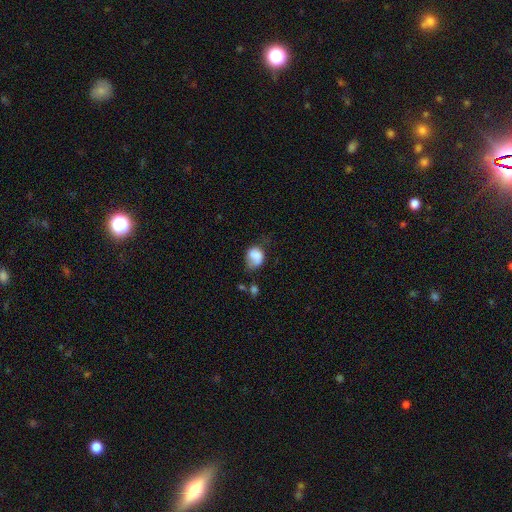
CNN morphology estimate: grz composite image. It shows a smooth galaxy with no disk features (75%) that is in between round and cigar-shaped (57%). Merging: minor disturbance (32%).